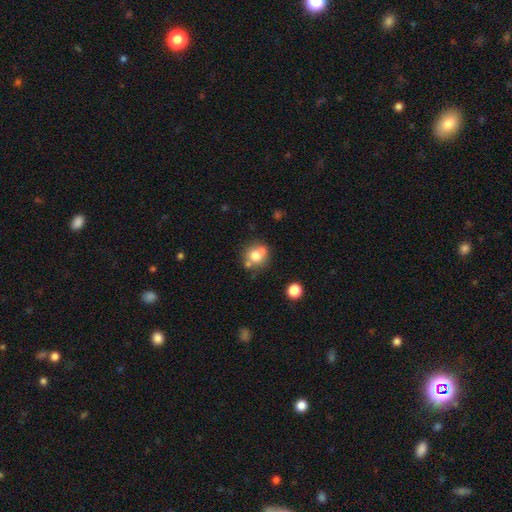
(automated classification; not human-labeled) Smooth or featured? Predicted: smooth (p=0.68). How rounded? Predicted: round (p=0.85). Merging? Predicted: none (p=0.53).